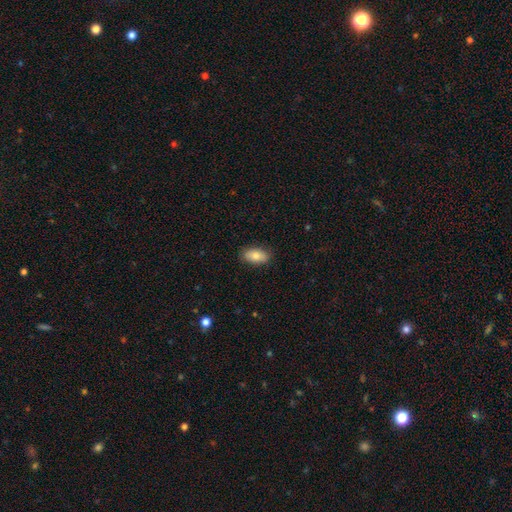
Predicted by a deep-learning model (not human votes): Smooth or featured?
  - smooth: 79% *
  - featured or disk: 14%
  - star or artifact: 7%
How rounded?
  - in between: 92% *
  - round: 5%
  - cigar-shaped: 3%
Merging?
  - none: 86% *
  - minor disturbance: 11%
  - major disturbance: 2%
  - merger: 1%